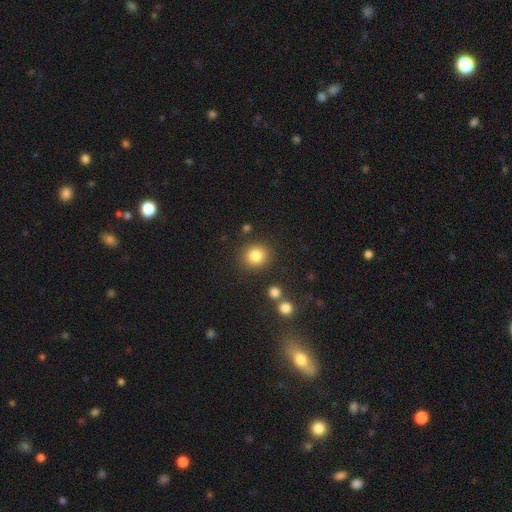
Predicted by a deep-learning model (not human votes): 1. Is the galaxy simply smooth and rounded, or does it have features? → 83% smooth, 11% star or artifact, 6% featured or disk.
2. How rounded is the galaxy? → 85% round, 14% in between, 1% cigar-shaped.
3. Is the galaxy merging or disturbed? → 85% none, 8% minor disturbance, 4% merger, 3% major disturbance.